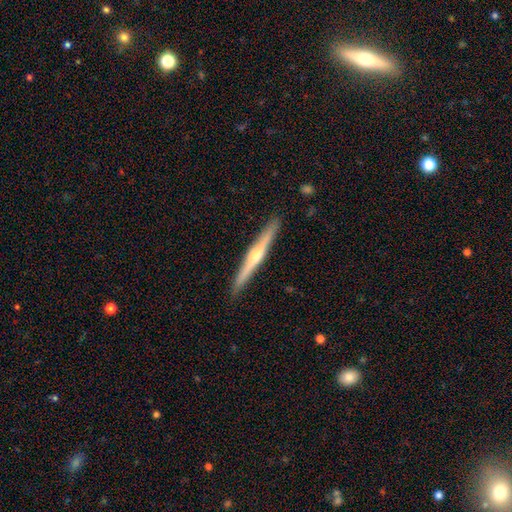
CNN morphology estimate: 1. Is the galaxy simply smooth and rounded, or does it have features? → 72% featured or disk, 23% smooth, 5% star or artifact.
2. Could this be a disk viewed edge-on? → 98% yes, 2% no.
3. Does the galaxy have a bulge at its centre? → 86% rounded, 10% none, 3% boxy.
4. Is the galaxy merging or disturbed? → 92% none, 6% minor disturbance, 1% major disturbance, 1% merger.